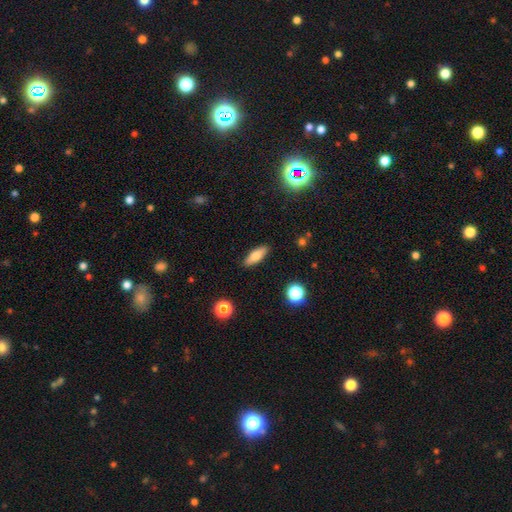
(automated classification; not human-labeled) Smooth or featured? smooth (71%)
How rounded? in between (60%)
Merging? none (88%)